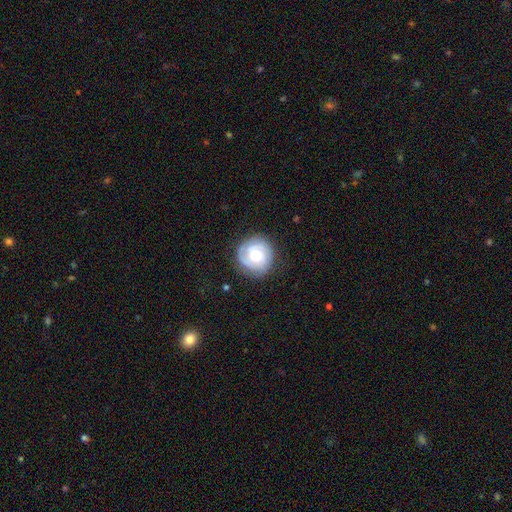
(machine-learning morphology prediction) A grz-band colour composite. It shows a featured or disk galaxy (63%) with no bar (63%), 2 (45%) tight (57%) spiral arms (89%) and a moderate central bulge (65%). Merging: none (80%).